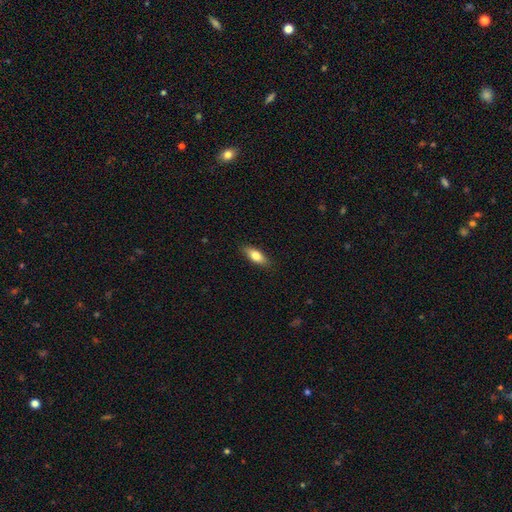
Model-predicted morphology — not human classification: Q: Smooth or featured?
A: smooth (76%); runner-up: featured or disk (17%)
Q: How rounded?
A: in between (74%); runner-up: cigar-shaped (23%)
Q: Merging?
A: none (87%); runner-up: minor disturbance (10%)